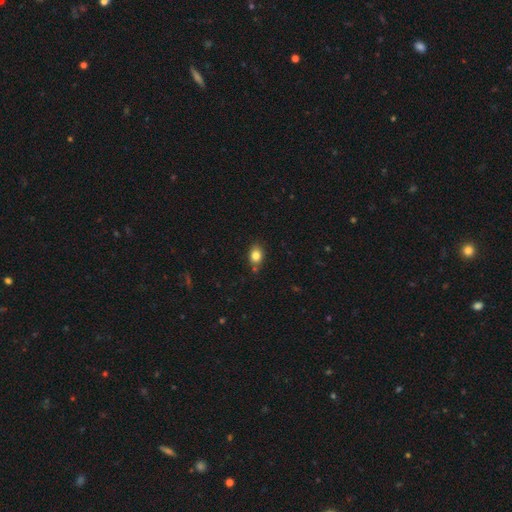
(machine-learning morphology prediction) This is clearly a smooth galaxy (83%). How rounded: likely in between (64%). Merging: likely none (74%).